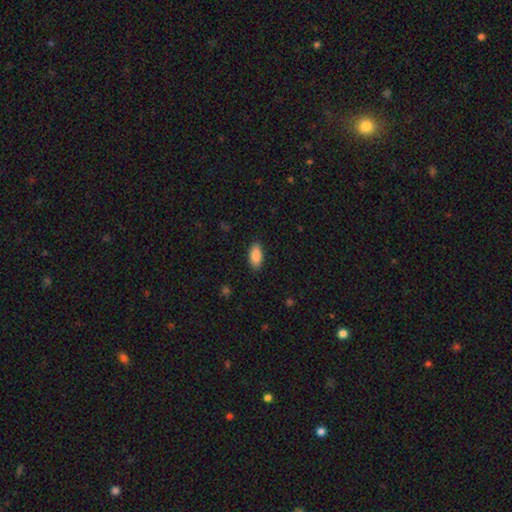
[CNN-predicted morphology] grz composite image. It shows a smooth galaxy with no disk features (88%) that is in between round and cigar-shaped (91%). Merging: none (88%).